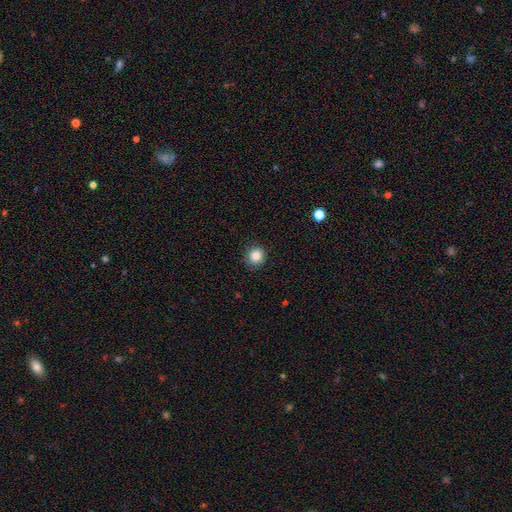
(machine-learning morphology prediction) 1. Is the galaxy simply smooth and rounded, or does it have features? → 85% smooth, 10% star or artifact, 4% featured or disk.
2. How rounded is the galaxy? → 92% round, 7% in between, 1% cigar-shaped.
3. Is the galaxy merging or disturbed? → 90% none, 7% minor disturbance, 2% major disturbance, 1% merger.